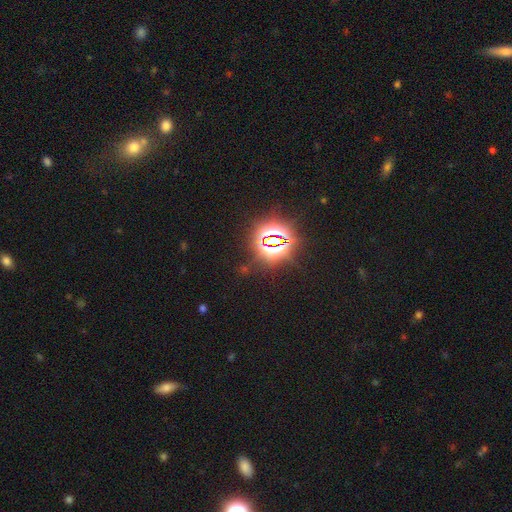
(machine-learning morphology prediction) star or artifact 81%, smooth 13%, featured or disk 6%.